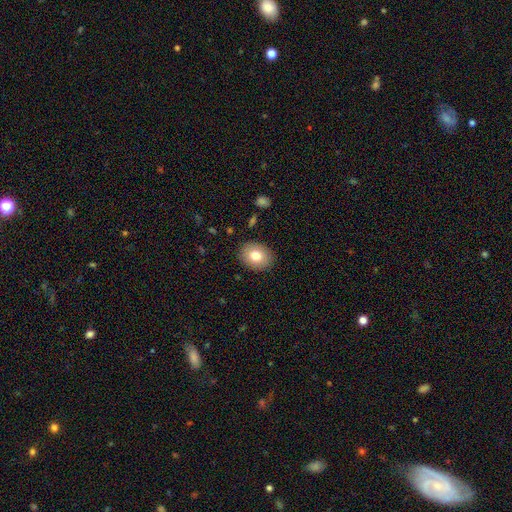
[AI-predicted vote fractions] Smooth or featured? Predicted: smooth (p=0.78). How rounded? Predicted: in between (p=0.53). Merging? Predicted: none (p=0.88).